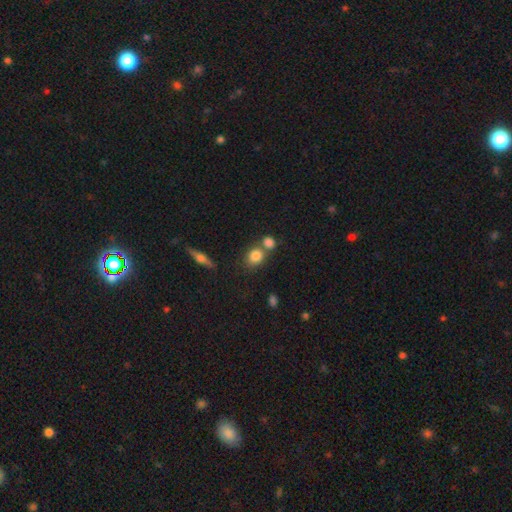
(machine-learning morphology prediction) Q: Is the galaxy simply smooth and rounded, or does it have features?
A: smooth — 81%.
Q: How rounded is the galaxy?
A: round — 61%.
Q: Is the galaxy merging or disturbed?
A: none — 53%.